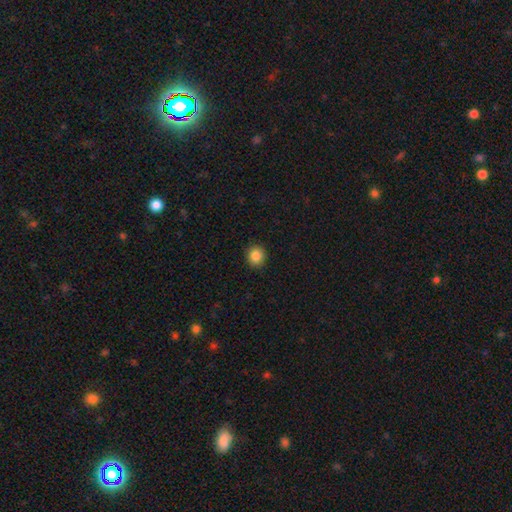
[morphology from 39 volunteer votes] Smooth or featured? 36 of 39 (92%) said smooth. How rounded? 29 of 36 (81%) said round. Merging? 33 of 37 (89%) said none.